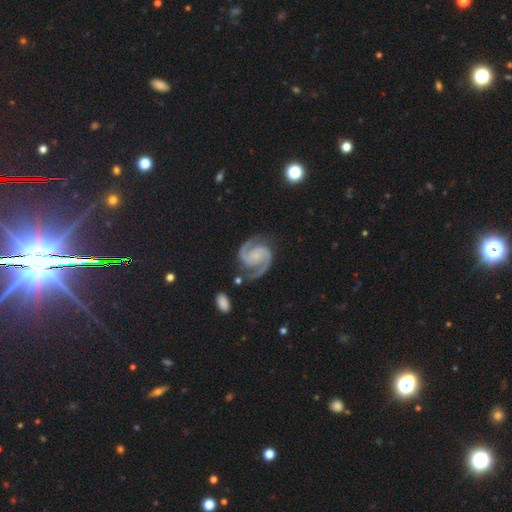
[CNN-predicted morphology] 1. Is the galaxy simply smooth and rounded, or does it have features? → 93% featured or disk, 4% star or artifact, 3% smooth.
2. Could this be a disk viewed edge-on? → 98% no, 2% yes.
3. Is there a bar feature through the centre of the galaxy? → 60% no, 28% weak, 12% strong.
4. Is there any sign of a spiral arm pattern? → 99% yes, 1% no.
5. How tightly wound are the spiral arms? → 55% medium, 38% tight, 8% loose.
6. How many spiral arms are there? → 94% 2, 1% 3, 1% can't tell, 1% 1, 1% 4, 1% more than 4.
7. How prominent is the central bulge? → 56% small, 27% none, 14% moderate, 2% large, 1% dominant.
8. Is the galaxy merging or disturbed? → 78% none, 14% minor disturbance, 5% major disturbance, 3% merger.